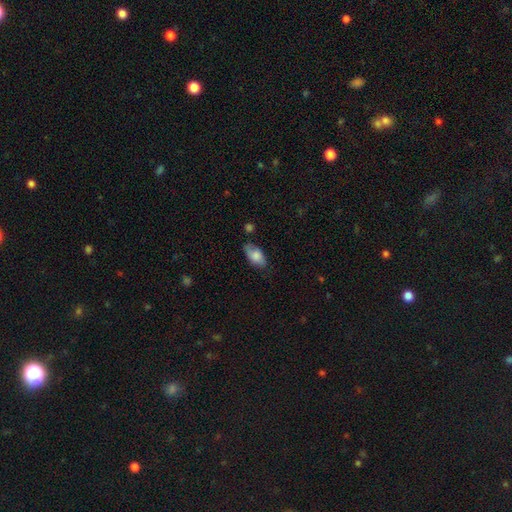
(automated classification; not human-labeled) A smooth galaxy with no disk features (75%) that is in between round and cigar-shaped (92%). Merging: none (64%).